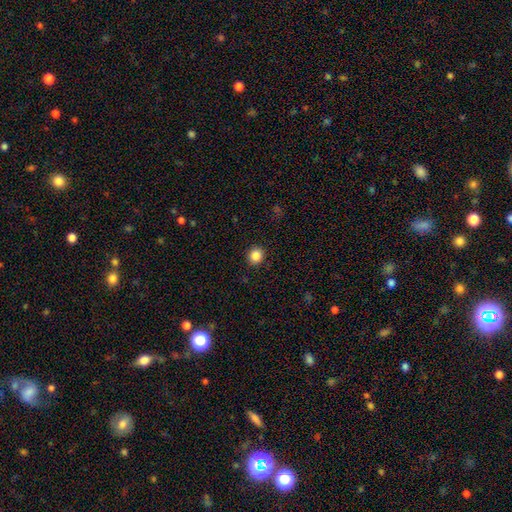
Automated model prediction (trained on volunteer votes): Smooth or featured? smooth (86%)
How rounded? round (81%)
Merging? none (91%)